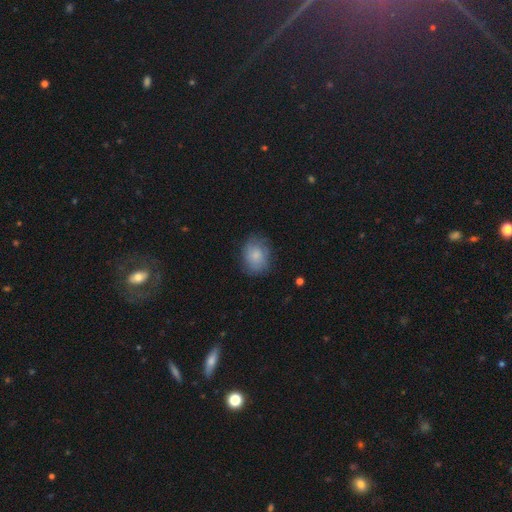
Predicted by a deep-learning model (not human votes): A smooth galaxy with no disk features (75%) that is round (53%). Merging: none (72%).